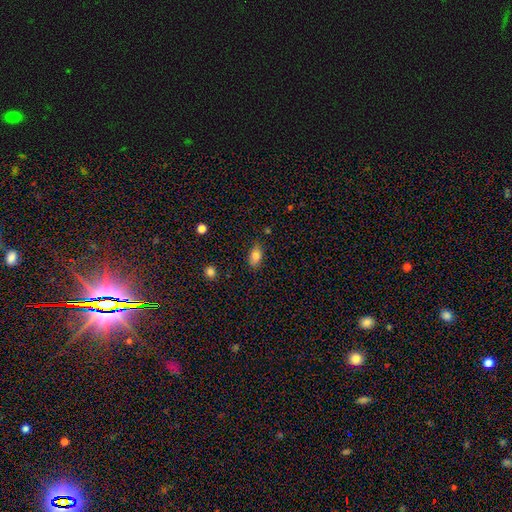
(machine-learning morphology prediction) A smooth galaxy with no disk features (82%) that is in between round and cigar-shaped (87%). Merging: none (81%).